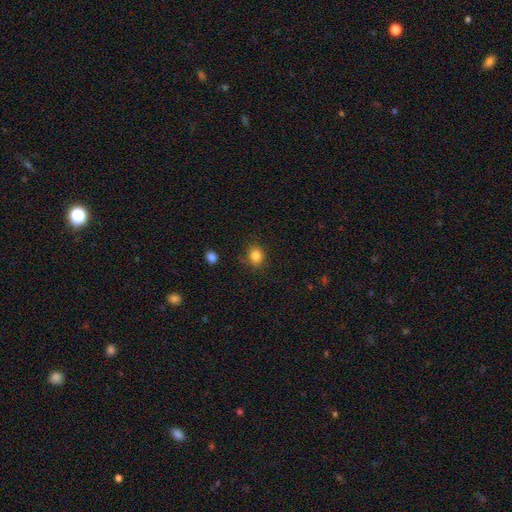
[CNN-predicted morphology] The model was most divided on "how rounded": round: 68%, in between: 31%, cigar-shaped: 1%. More confident: smooth or featured — smooth (84%); merging — none (82%).